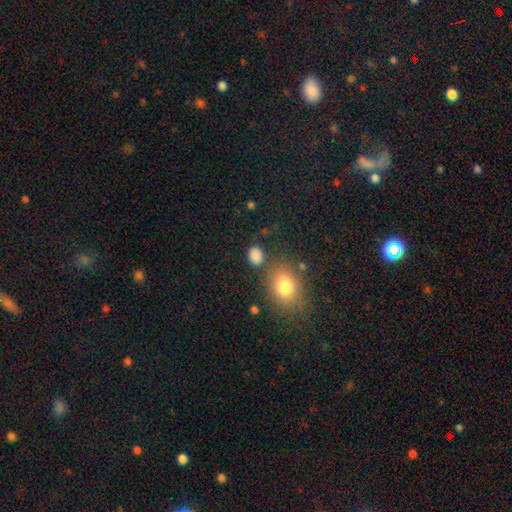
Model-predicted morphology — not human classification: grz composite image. It shows a smooth galaxy with no disk features (84%) that is round (51%). Merging: none (76%).